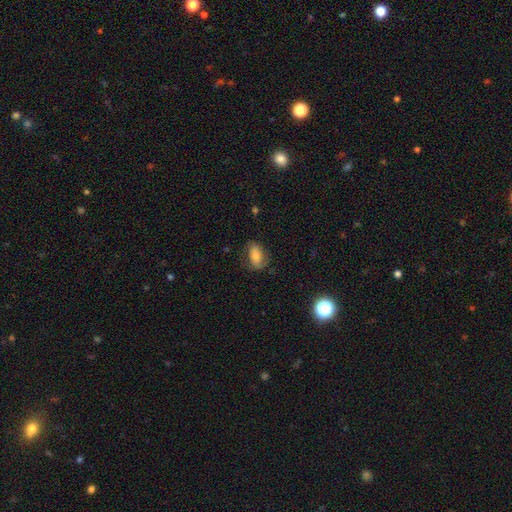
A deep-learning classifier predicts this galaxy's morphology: Q: Smooth or featured?
A: smooth (58%); runner-up: featured or disk (33%)
Q: How rounded?
A: in between (87%); runner-up: round (9%)
Q: Merging?
A: none (64%); runner-up: minor disturbance (23%)